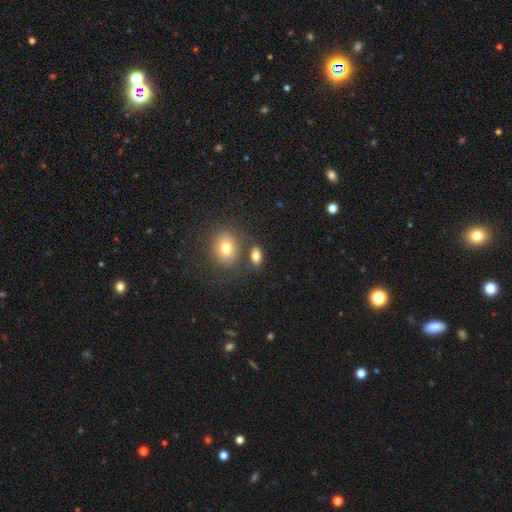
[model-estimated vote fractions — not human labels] This is likely a smooth galaxy (79%). How rounded: likely in between (79%). Merging: likely none (66%).